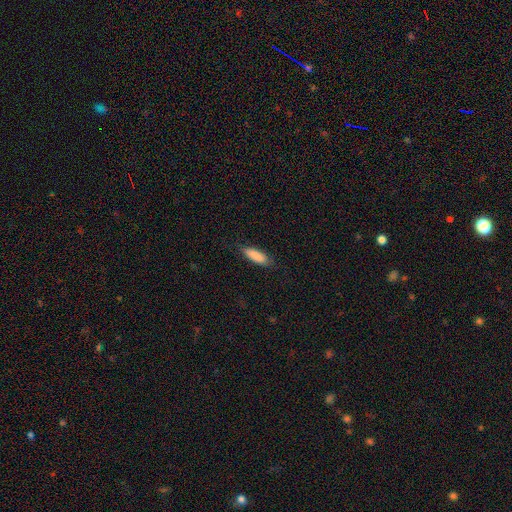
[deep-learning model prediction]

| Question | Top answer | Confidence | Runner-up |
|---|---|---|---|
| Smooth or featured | smooth | 88% | featured or disk (7%) |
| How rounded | in between | 52% | cigar-shaped (47%) |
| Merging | none | 83% | minor disturbance (13%) |